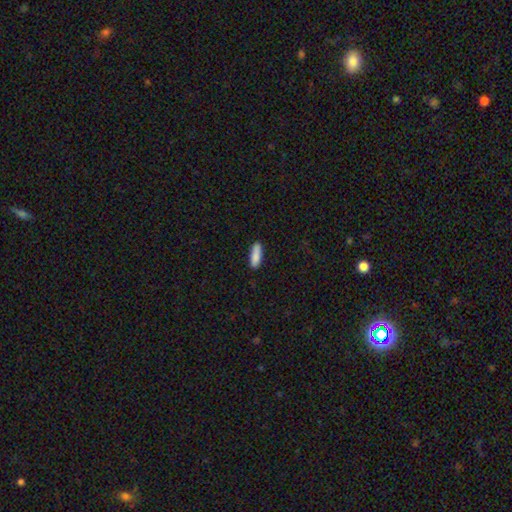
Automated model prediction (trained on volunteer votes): Smooth or featured?
  - smooth: 88% *
  - featured or disk: 7%
  - star or artifact: 6%
How rounded?
  - cigar-shaped: 53% *
  - in between: 45%
  - round: 2%
Merging?
  - none: 87% *
  - minor disturbance: 10%
  - major disturbance: 2%
  - merger: 1%